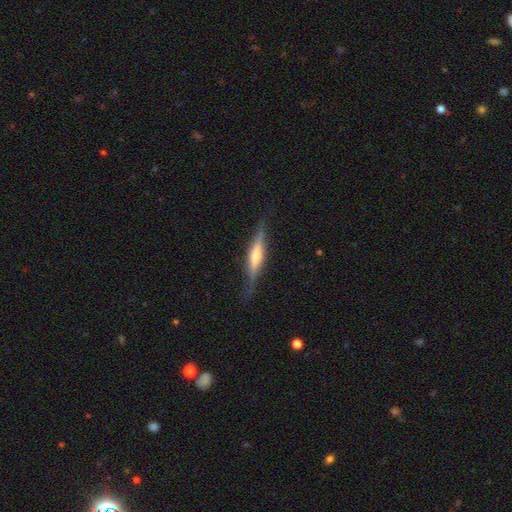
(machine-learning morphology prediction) A featured or disk galaxy (66%) viewed edge-on (95%) with a rounded central bulge (60%).

Vote fractions:
- Smooth or featured? featured or disk: 66% / smooth: 28% / star or artifact: 6%
- Edge-on disk? yes: 95% / no: 5%
- Edge-on bulge? rounded: 60% / boxy: 28% / none: 12%
- Merging? none: 80% / minor disturbance: 15% / major disturbance: 4% / merger: 1%